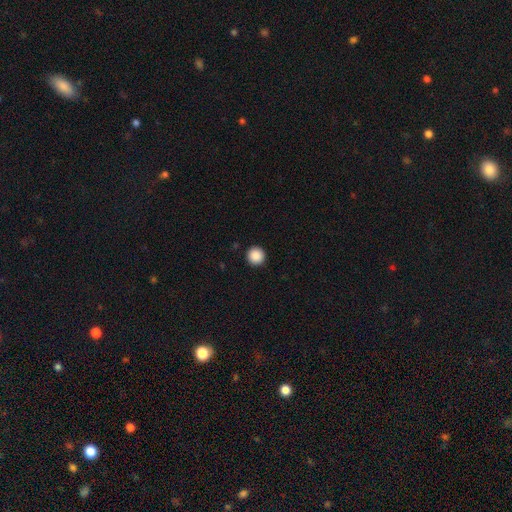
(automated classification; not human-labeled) smooth_or_featured: smooth (p=0.89) [alt: star or artifact p=0.09]
how_rounded: round (p=0.96) [alt: in between p=0.03]
merging: none (p=0.94) [alt: minor disturbance p=0.04]